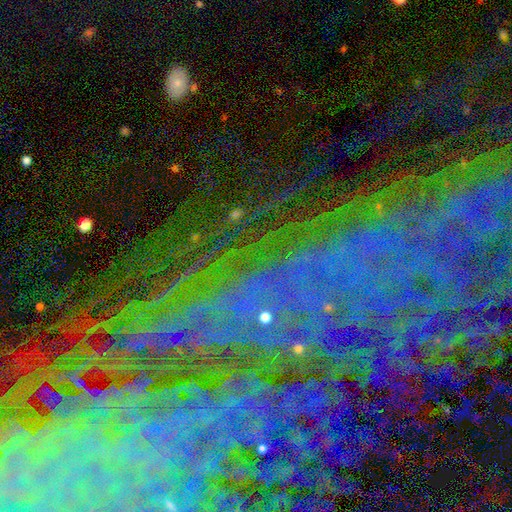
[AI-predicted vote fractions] The model was most divided on "smooth or featured": star or artifact: 71%, featured or disk: 18%, smooth: 11%.